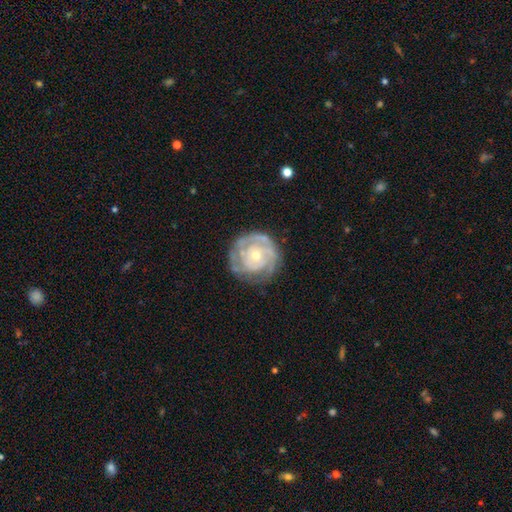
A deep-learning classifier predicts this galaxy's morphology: A featured or disk galaxy (77%) with no bar (83%), tight (73%) spiral arms (80%) and a small central bulge (52%).

Vote fractions:
- Smooth or featured? featured or disk: 77% / smooth: 18% / star or artifact: 5%
- Edge-on disk? no: 98% / yes: 2%
- Bar? no: 83% / weak: 14% / strong: 3%
- Spiral arms? yes: 80% / no: 20%
- Spiral winding? tight: 73% / medium: 20% / loose: 7%
- Spiral arm count? can't tell: 42% / 2: 23% / 3: 16% / 1: 9% / 4: 6% / more than 4: 4%
- Bulge size? small: 52% / moderate: 44% / large: 2% / none: 1% / dominant: 1%
- Merging? none: 71% / minor disturbance: 19% / major disturbance: 8% / merger: 2%